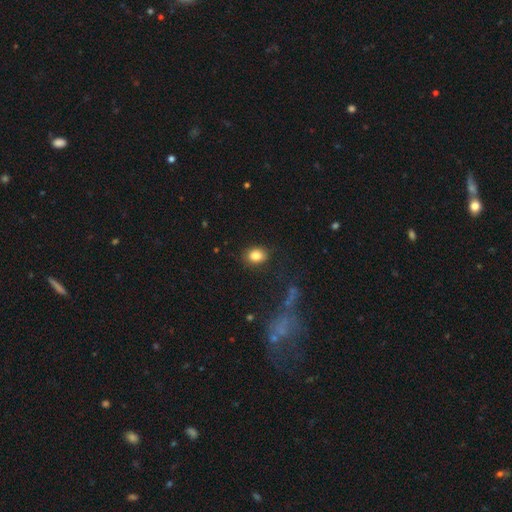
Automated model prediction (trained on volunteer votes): Q: Smooth or featured?
A: smooth (85%); runner-up: star or artifact (9%)
Q: How rounded?
A: in between (61%); runner-up: round (38%)
Q: Merging?
A: none (84%); runner-up: minor disturbance (12%)